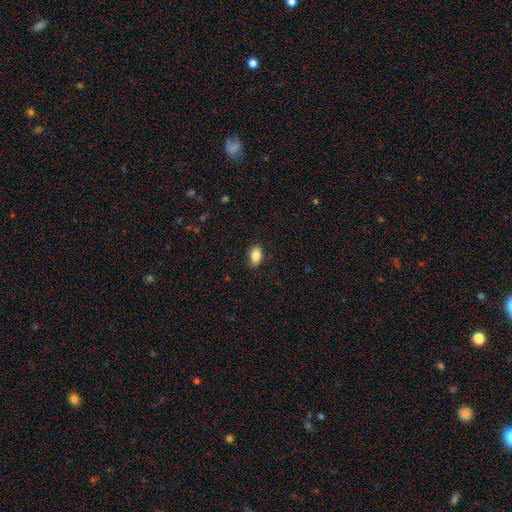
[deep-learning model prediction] Smooth or featured: smooth — 85% (star or artifact — 8%)
How rounded: in between — 88% (round — 10%)
Merging: none — 89% (minor disturbance — 9%)